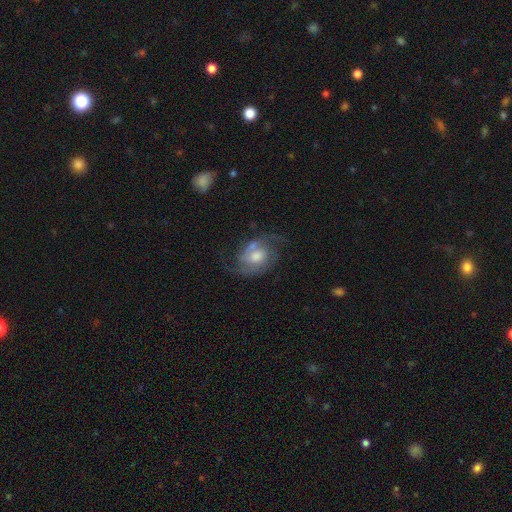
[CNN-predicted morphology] smooth_or_featured: featured or disk (p=0.75) [alt: smooth p=0.18]
disk_edge_on: no (p=0.97) [alt: yes p=0.03]
bar: no (p=0.59) [alt: weak p=0.35]
has_spiral_arms: yes (p=0.91) [alt: no p=0.09]
spiral_winding: medium (p=0.49) [alt: loose p=0.27]
spiral_arm_count: 2 (p=0.84) [alt: can't tell p=0.08]
bulge_size: moderate (p=0.61) [alt: small p=0.18]
merging: none (p=0.58) [alt: minor disturbance p=0.21]